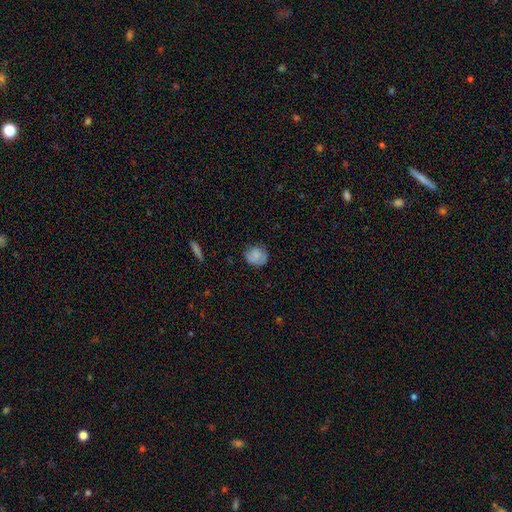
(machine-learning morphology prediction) Smooth or featured? smooth (80%)
How rounded? round (77%)
Merging? none (70%)